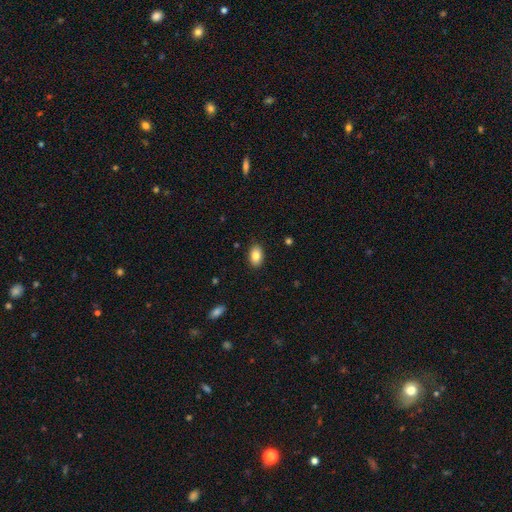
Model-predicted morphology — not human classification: A smooth galaxy with no disk features (84%) that is in between round and cigar-shaped (90%). Merging: none (89%).